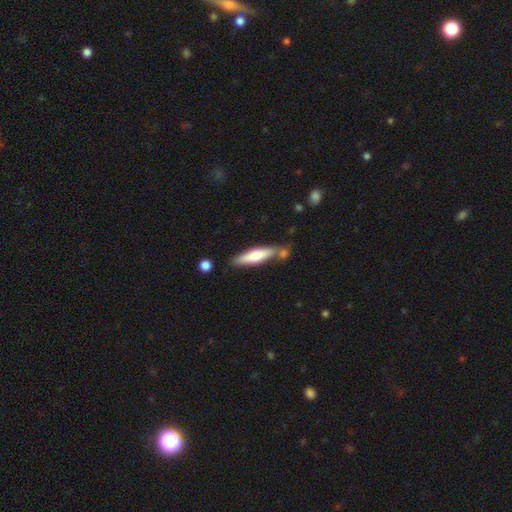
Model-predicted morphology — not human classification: Smooth or featured? Predicted: smooth (p=0.62). How rounded? Predicted: cigar-shaped (p=0.77). Merging? Predicted: none (p=0.69).